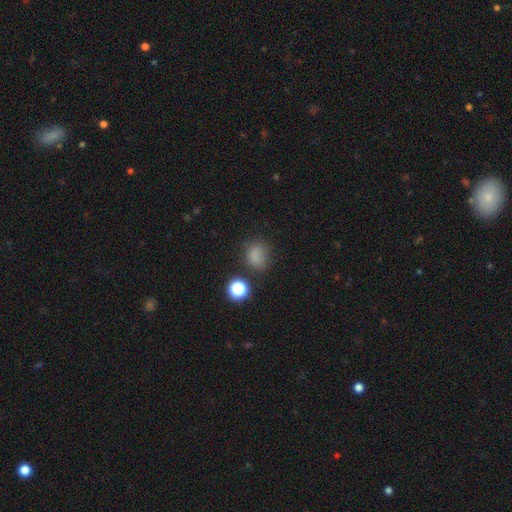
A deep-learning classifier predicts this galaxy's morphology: Smooth or featured?
  - smooth: 75% *
  - star or artifact: 17%
  - featured or disk: 8%
How rounded?
  - round: 65% *
  - in between: 34%
  - cigar-shaped: 1%
Merging?
  - none: 62% *
  - minor disturbance: 22%
  - major disturbance: 10%
  - merger: 6%